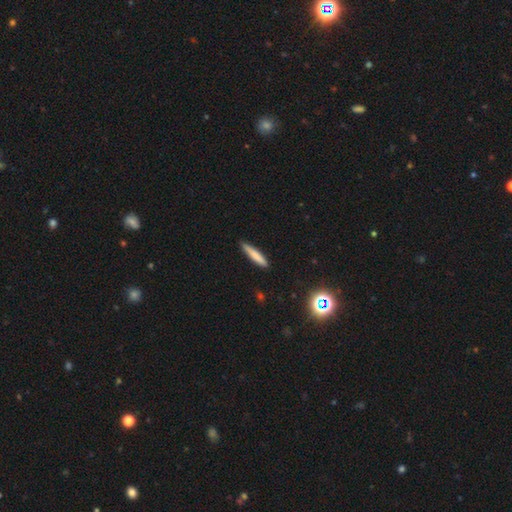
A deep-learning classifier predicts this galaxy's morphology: Smooth or featured: smooth — 76% (featured or disk — 17%)
How rounded: cigar-shaped — 91% (in between — 7%)
Merging: none — 85% (minor disturbance — 11%)